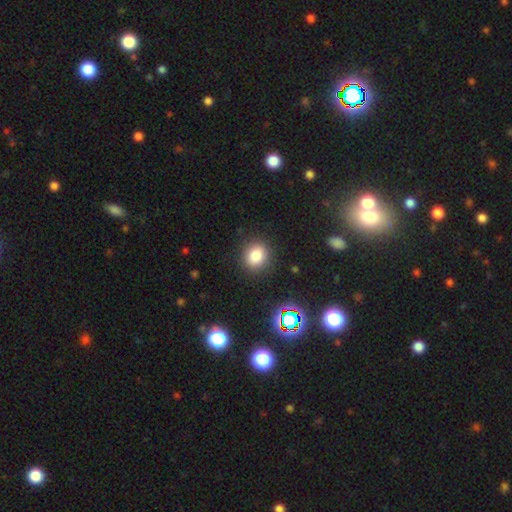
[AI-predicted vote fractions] Smooth or featured?
  - smooth: 81% *
  - star or artifact: 13%
  - featured or disk: 6%
How rounded?
  - round: 69% *
  - in between: 30%
  - cigar-shaped: 1%
Merging?
  - none: 88% *
  - minor disturbance: 8%
  - major disturbance: 2%
  - merger: 1%